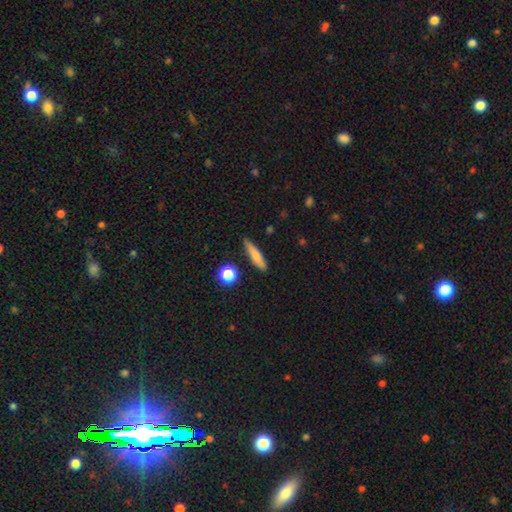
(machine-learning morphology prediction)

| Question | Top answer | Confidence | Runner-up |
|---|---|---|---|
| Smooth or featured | smooth | 75% | featured or disk (16%) |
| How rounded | cigar-shaped | 80% | in between (16%) |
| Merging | none | 84% | minor disturbance (11%) |